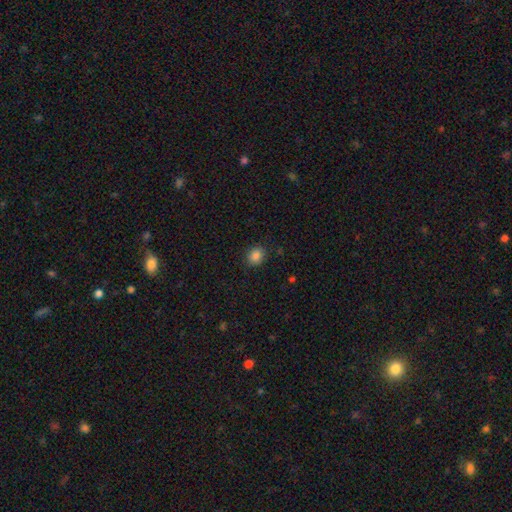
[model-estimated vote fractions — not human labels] A smooth galaxy with no disk features (85%) that is round (66%). Merging: none (88%).